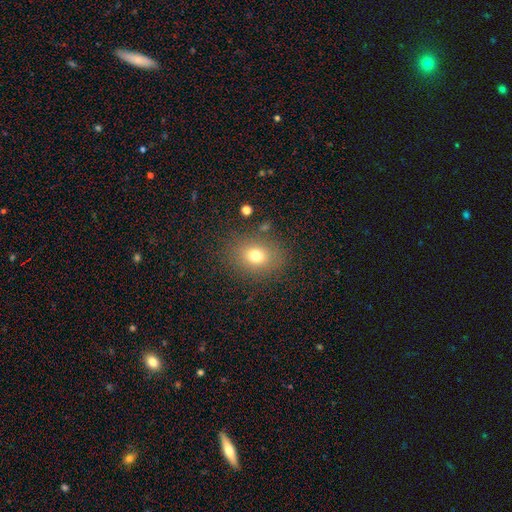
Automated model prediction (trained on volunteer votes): Smooth or featured? Predicted: smooth (p=0.74). How rounded? Predicted: round (p=0.51). Merging? Predicted: none (p=0.82).